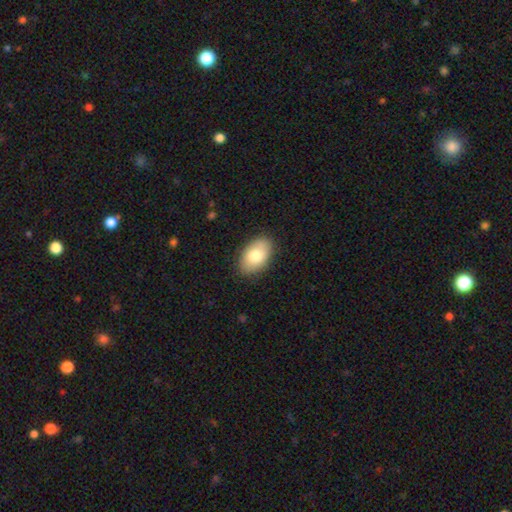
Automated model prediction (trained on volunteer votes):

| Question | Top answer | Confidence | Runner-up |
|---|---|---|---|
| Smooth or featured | smooth | 80% | featured or disk (14%) |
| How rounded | in between | 93% | round (6%) |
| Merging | none | 87% | minor disturbance (10%) |